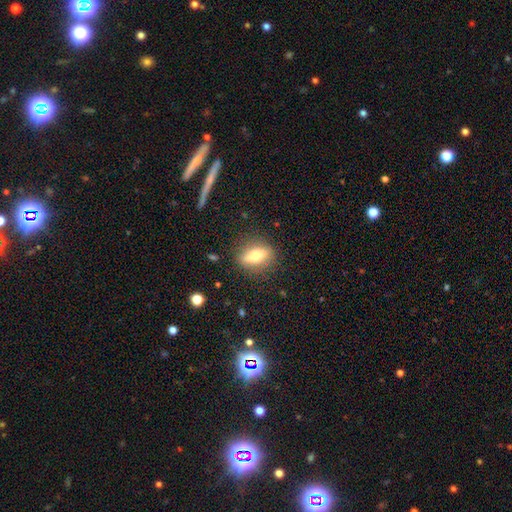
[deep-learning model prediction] This appears to be a smooth galaxy with no disk features (56%) that is in between round and cigar-shaped (62%). Merging: none (83%).